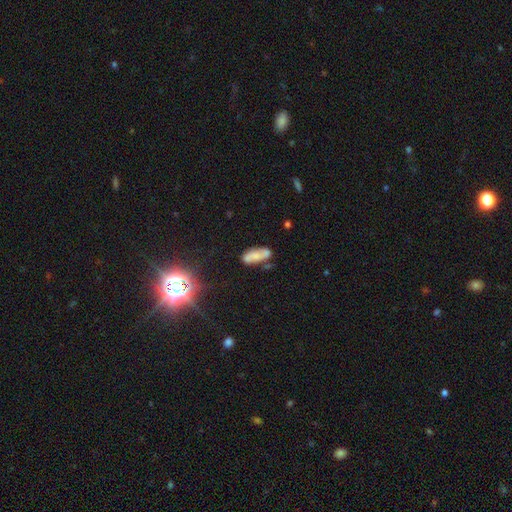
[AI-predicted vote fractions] Overall: smooth (54%; featured or disk 36%). How rounded: in between (74%). Merging: none (62%; minor disturbance 22%).